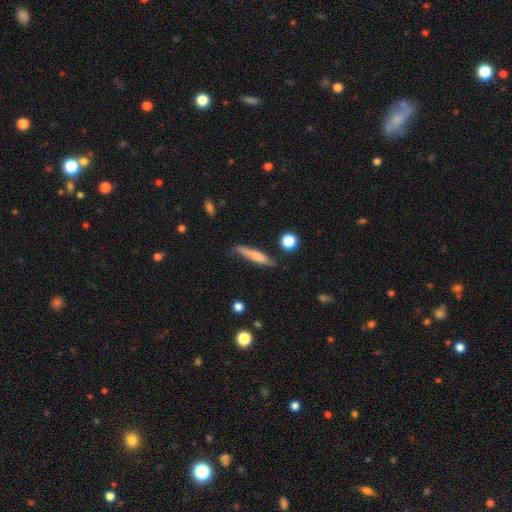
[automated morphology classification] smooth 64%, featured or disk 29%, star or artifact 7%. Down the decision tree: how rounded — cigar-shaped (88%); merging — none (73%).